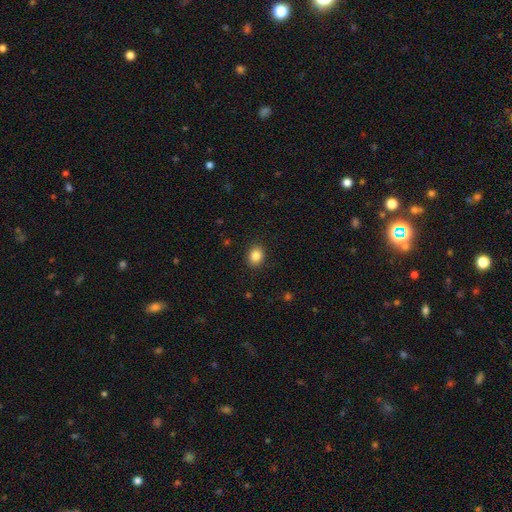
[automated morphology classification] Smooth or featured? Predicted: smooth (p=0.86). How rounded? Predicted: round (p=0.58). Merging? Predicted: none (p=0.89).